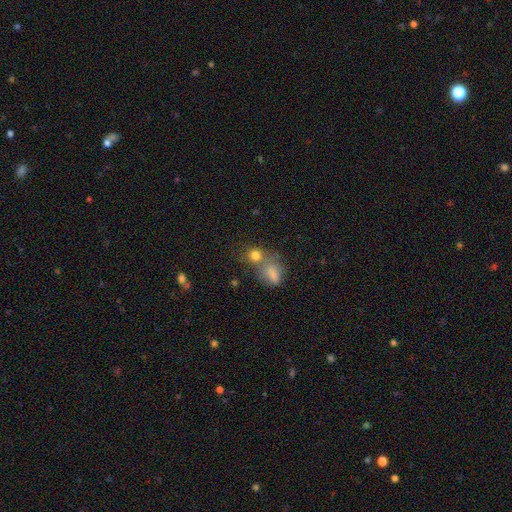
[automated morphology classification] Smooth or featured? smooth (76%)
How rounded? round (68%)
Merging? none (42%)